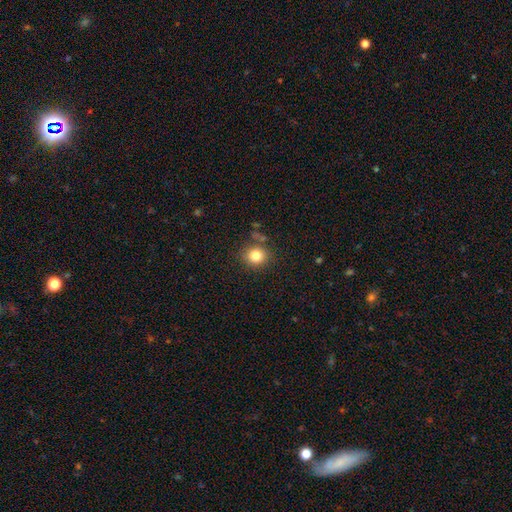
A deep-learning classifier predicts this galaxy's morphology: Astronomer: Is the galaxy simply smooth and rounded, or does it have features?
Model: smooth — 82%.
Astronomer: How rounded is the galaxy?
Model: round — 81%.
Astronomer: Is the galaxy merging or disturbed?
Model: none — 80%.